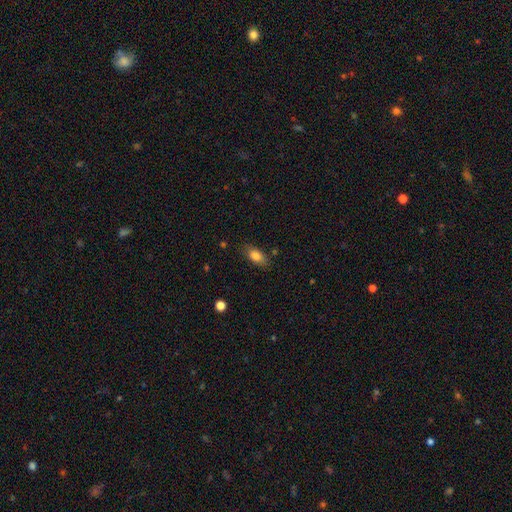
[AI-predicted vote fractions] smooth 82%, featured or disk 10%, star or artifact 8%. Down the decision tree: how rounded — in between (87%); merging — none (81%).